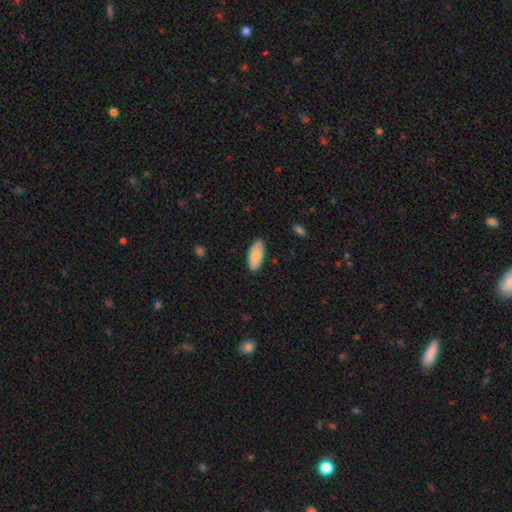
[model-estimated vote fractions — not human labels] Morphology: type=smooth (77%); roundness=in between (91%); merging=none (86%).